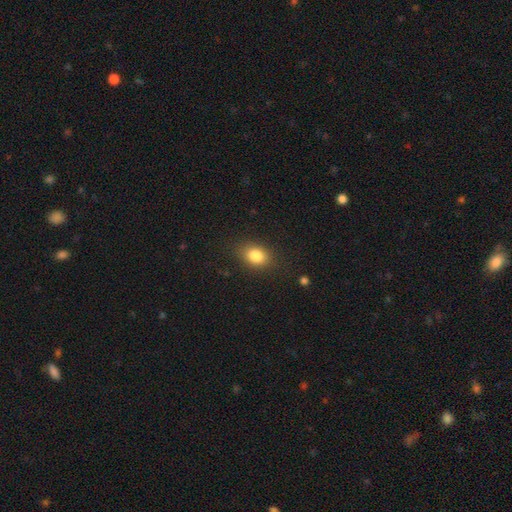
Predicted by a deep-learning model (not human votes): Morphology: type=smooth (83%); roundness=in between (65%); merging=none (84%).